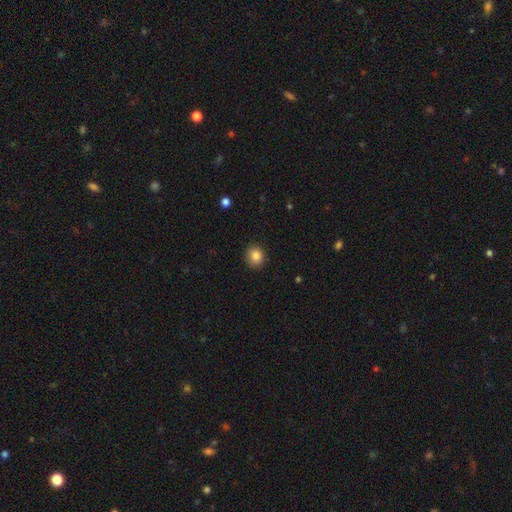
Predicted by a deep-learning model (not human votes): Smooth or featured?
  - smooth: 86% *
  - star or artifact: 10%
  - featured or disk: 5%
How rounded?
  - round: 76% *
  - in between: 23%
  - cigar-shaped: 1%
Merging?
  - none: 90% *
  - minor disturbance: 7%
  - major disturbance: 2%
  - merger: 1%